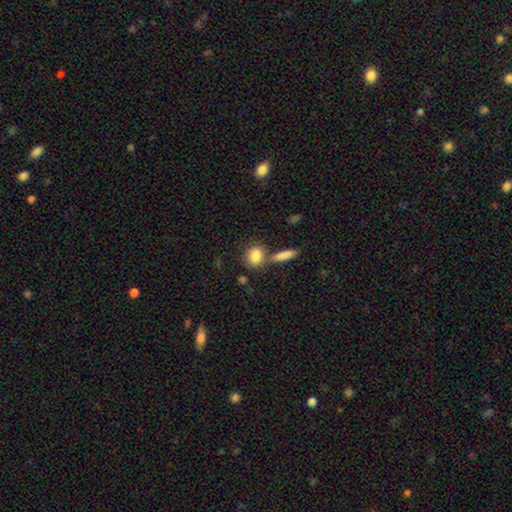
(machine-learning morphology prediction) smooth-or-featured: smooth: 85% | star or artifact: 7% | featured or disk: 7%
  how-rounded: round: 51% | in between: 44% | cigar-shaped: 5%
  merging: none: 61% | merger: 24% | minor disturbance: 11% | major disturbance: 4%